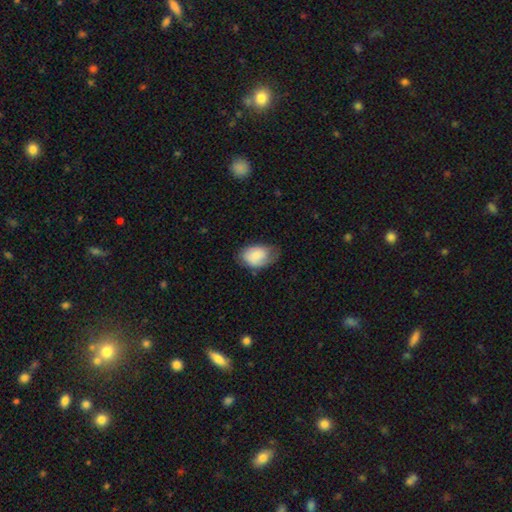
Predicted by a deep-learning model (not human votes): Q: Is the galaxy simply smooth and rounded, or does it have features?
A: smooth — 67%.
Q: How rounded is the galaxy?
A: in between — 85%.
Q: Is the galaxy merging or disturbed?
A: none — 54%.